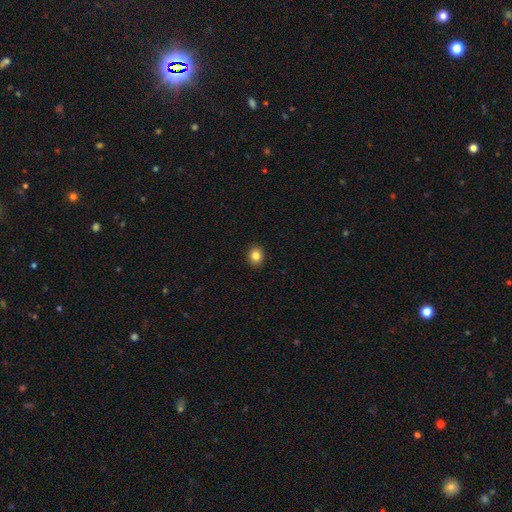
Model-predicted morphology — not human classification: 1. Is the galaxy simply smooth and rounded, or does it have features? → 84% smooth, 10% star or artifact, 6% featured or disk.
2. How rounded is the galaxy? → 64% round, 35% in between, 1% cigar-shaped.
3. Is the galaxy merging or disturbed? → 92% none, 6% minor disturbance, 2% major disturbance, 1% merger.